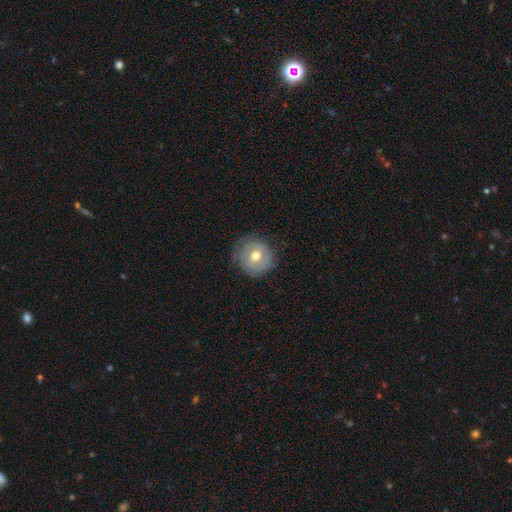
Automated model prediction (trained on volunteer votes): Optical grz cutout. It shows a smooth galaxy with no disk features (58%) that is round (91%). Merging: none (75%).